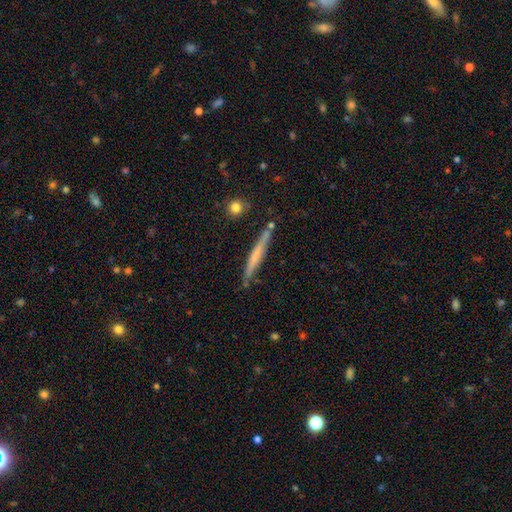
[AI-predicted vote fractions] smooth_or_featured: smooth (p=0.51) [alt: featured or disk p=0.43]
how_rounded: cigar-shaped (p=0.96) [alt: in between p=0.03]
merging: none (p=0.81) [alt: minor disturbance p=0.13]